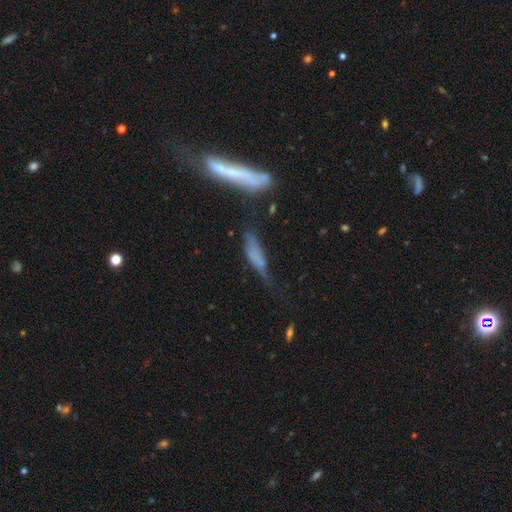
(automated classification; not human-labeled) A smooth galaxy with no disk features (52%) that is cigar-shaped (74%).

Vote fractions:
- Smooth or featured? smooth: 52% / featured or disk: 36% / star or artifact: 12%
- How rounded? cigar-shaped: 74% / in between: 23% / round: 3%
- Merging? none: 31% / minor disturbance: 27% / major disturbance: 27% / merger: 15%